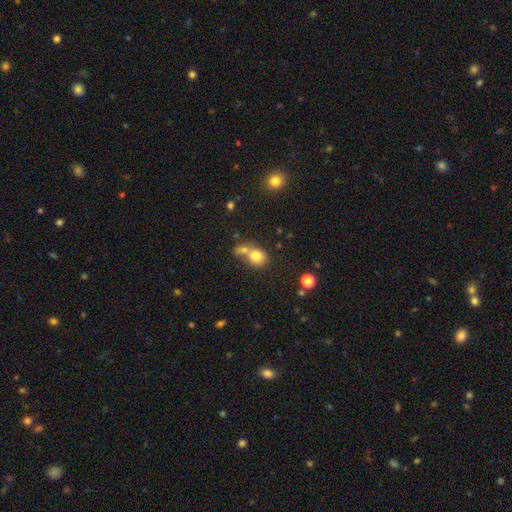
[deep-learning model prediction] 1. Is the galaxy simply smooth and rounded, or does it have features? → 77% smooth, 12% featured or disk, 11% star or artifact.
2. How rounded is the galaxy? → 72% round, 27% in between, 1% cigar-shaped.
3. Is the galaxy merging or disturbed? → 43% merger, 40% none, 11% minor disturbance, 6% major disturbance.